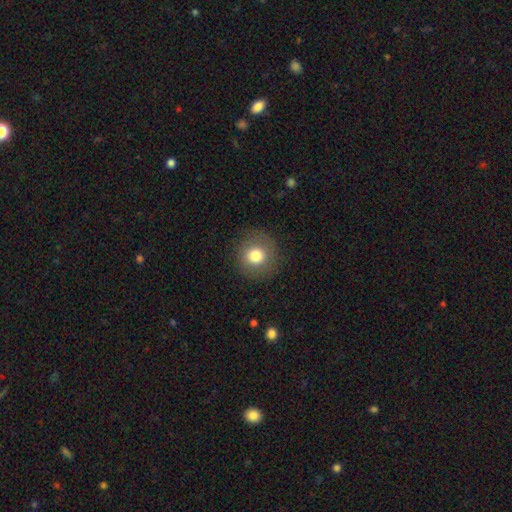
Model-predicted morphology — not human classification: Smooth or featured? Predicted: smooth (p=0.78). How rounded? Predicted: round (p=0.93). Merging? Predicted: none (p=0.88).